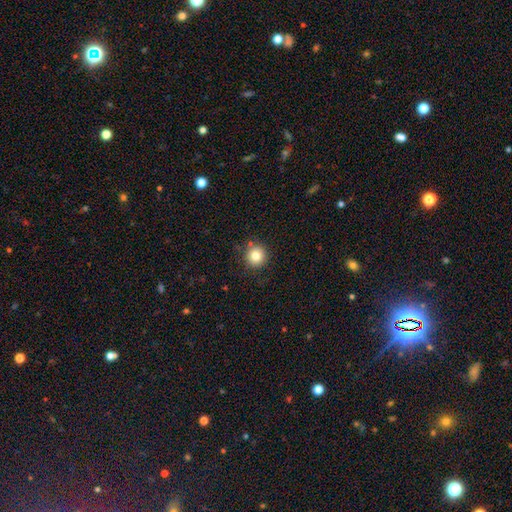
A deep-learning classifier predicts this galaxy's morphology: The model was most divided on "smooth or featured": smooth: 82%, star or artifact: 11%, featured or disk: 7%. More confident: how rounded — round (94%); merging — none (87%).